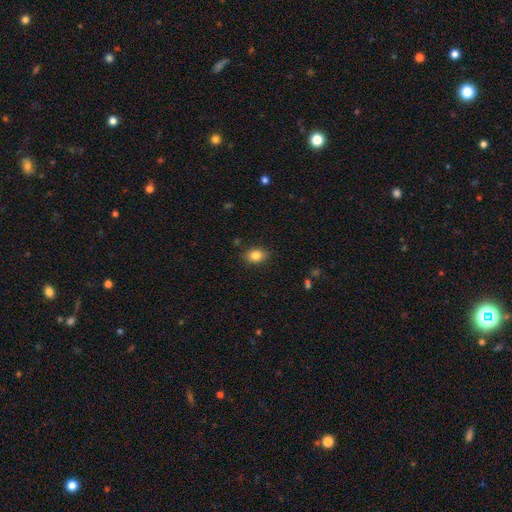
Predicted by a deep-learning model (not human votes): Smooth or featured?
  - smooth: 83% *
  - star or artifact: 10%
  - featured or disk: 8%
How rounded?
  - in between: 70% *
  - round: 29%
  - cigar-shaped: 1%
Merging?
  - none: 86% *
  - minor disturbance: 11%
  - major disturbance: 2%
  - merger: 1%